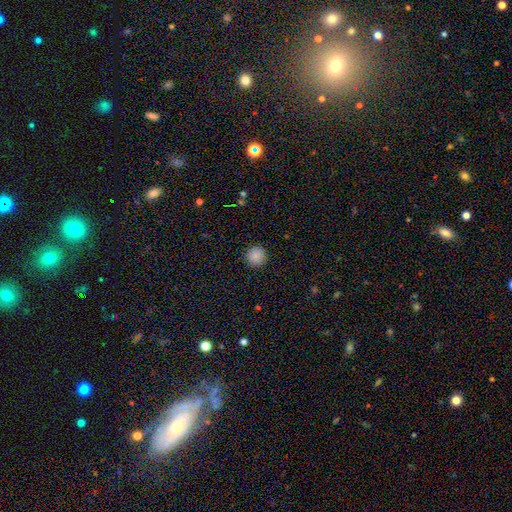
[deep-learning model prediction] Smooth or featured: smooth — 87% (star or artifact — 9%)
How rounded: round — 95% (in between — 4%)
Merging: none — 91% (minor disturbance — 6%)